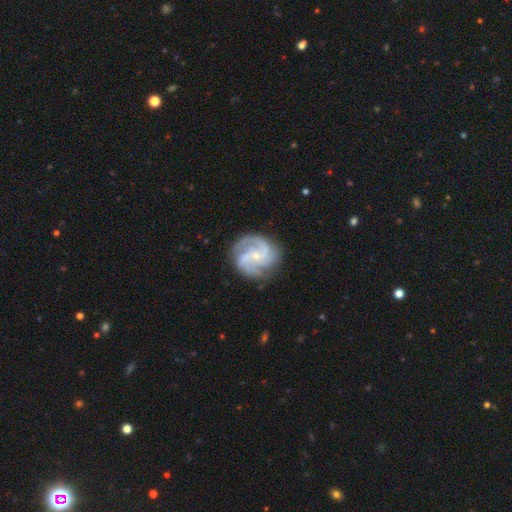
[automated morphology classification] featured or disk 90%, smooth 5%, star or artifact 5%. Down the decision tree: edge-on disk — no (98%); bar — no (53%); spiral arms — yes (98%); spiral arm count — 3 (44%); spiral winding — medium (53%); bulge size — small (77%); merging — none (78%).